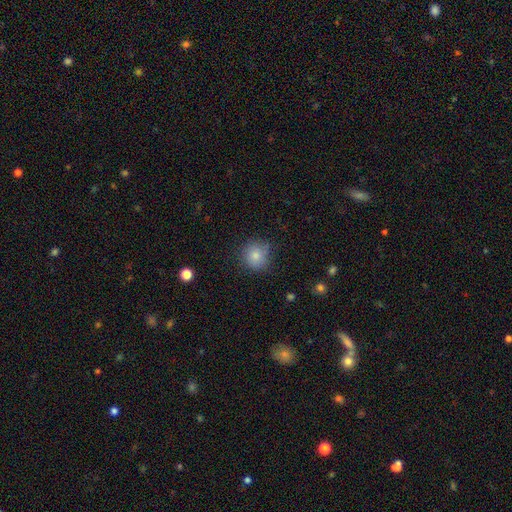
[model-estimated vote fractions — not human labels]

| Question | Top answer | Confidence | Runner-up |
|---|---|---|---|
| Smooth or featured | smooth | 82% | star or artifact (11%) |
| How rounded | round | 90% | in between (9%) |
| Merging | none | 80% | minor disturbance (15%) |